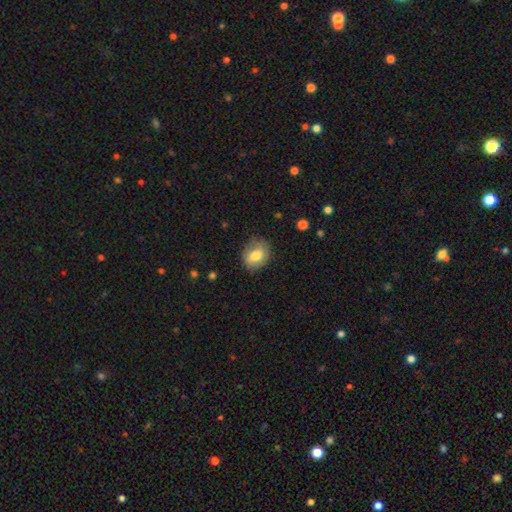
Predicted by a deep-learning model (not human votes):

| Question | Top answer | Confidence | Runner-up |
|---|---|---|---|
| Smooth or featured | smooth | 70% | featured or disk (22%) |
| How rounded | in between | 55% | round (44%) |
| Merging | none | 76% | minor disturbance (18%) |